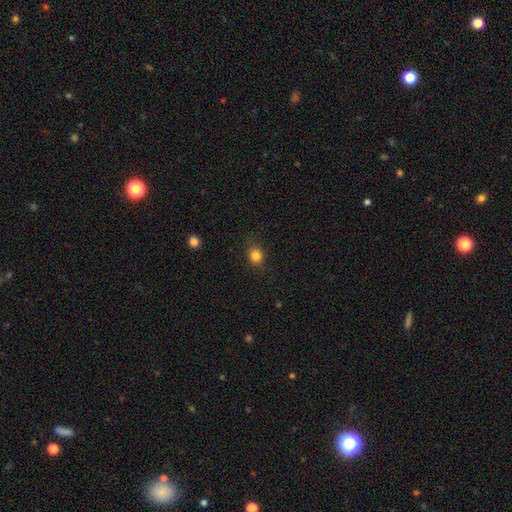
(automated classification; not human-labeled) smooth 83%, star or artifact 12%, featured or disk 5%. Down the decision tree: how rounded — round (75%); merging — none (81%).